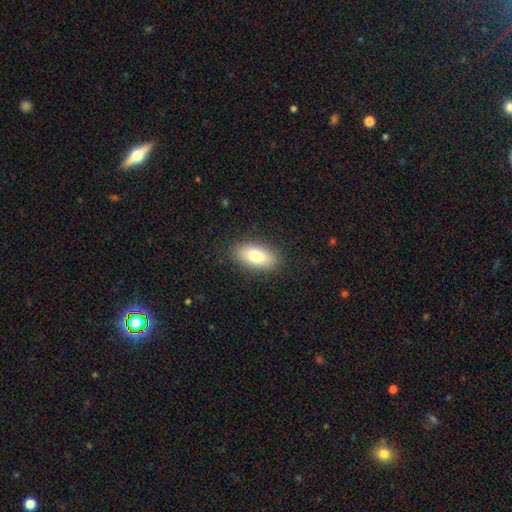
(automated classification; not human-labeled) This is likely a smooth galaxy (78%). How rounded: clearly in between (89%). Merging: clearly none (86%).